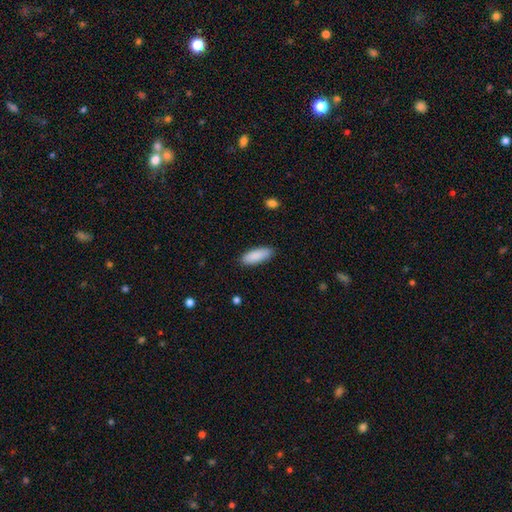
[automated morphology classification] Smooth or featured?
  - smooth: 90% *
  - star or artifact: 6%
  - featured or disk: 5%
How rounded?
  - in between: 64% *
  - cigar-shaped: 34%
  - round: 2%
Merging?
  - none: 88% *
  - minor disturbance: 9%
  - major disturbance: 2%
  - merger: 1%